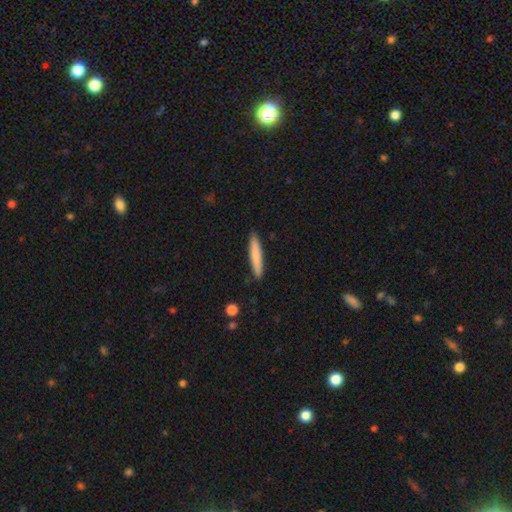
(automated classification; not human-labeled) A smooth galaxy with no disk features (78%) that is cigar-shaped (93%).

Vote fractions:
- Smooth or featured? smooth: 78% / featured or disk: 17% / star or artifact: 5%
- How rounded? cigar-shaped: 93% / in between: 6% / round: 1%
- Merging? none: 90% / minor disturbance: 7% / major disturbance: 1% / merger: 1%